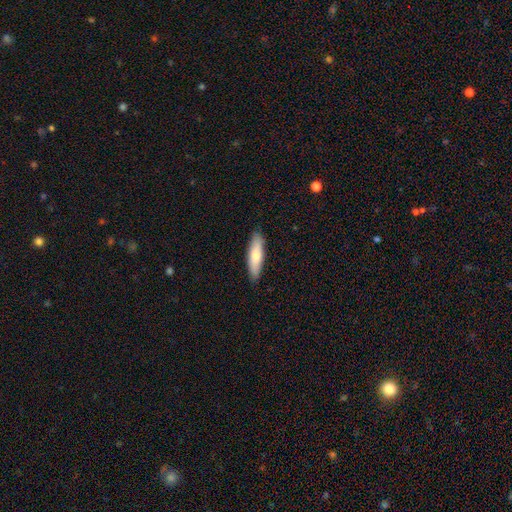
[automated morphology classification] smooth 72%, featured or disk 22%, star or artifact 5%. Down the decision tree: how rounded — cigar-shaped (61%); merging — none (88%).